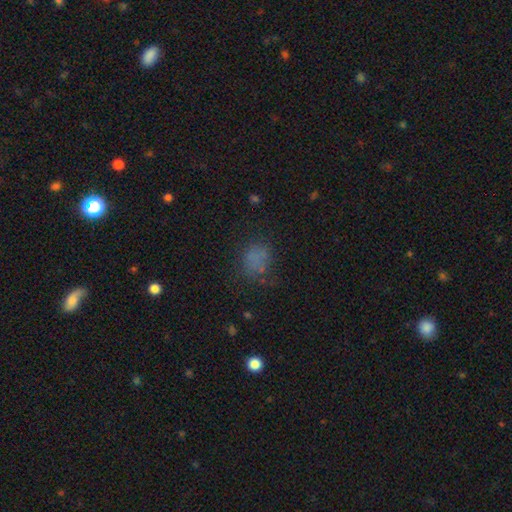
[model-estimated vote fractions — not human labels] Morphology: type=smooth (67%); roundness=round (52%); merging=none (63%).